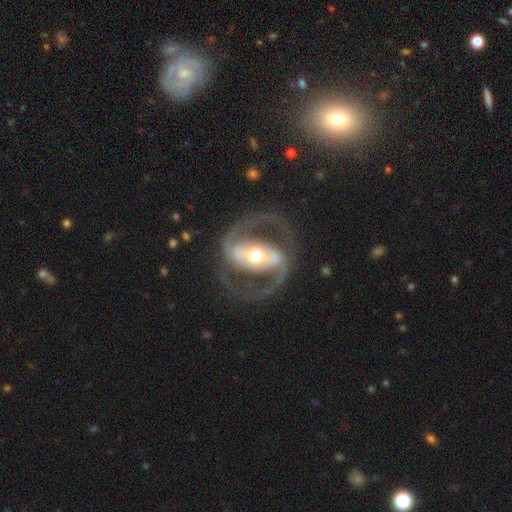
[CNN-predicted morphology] This is clearly a featured or disk galaxy (91%). It is clearly not viewed edge-on (97%). Bar: possibly strong (58%). Spiral arm pattern: clearly yes (92%). Spiral arm count: clearly 2 (93%). Spiral winding: possibly medium (60%). Central bulge: likely moderate (67%). Merging: likely none (80%).